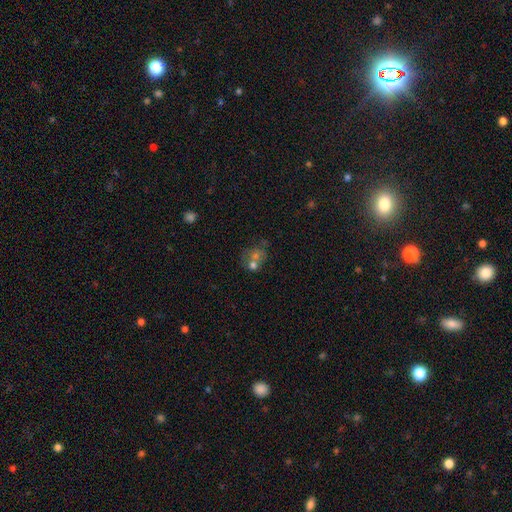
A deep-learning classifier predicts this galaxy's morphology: A smooth galaxy with no disk features (47%).

Vote fractions:
- Smooth or featured? smooth: 47% / featured or disk: 28% / star or artifact: 25%
- Merging? merger: 41% / none: 39% / minor disturbance: 11% / major disturbance: 8%